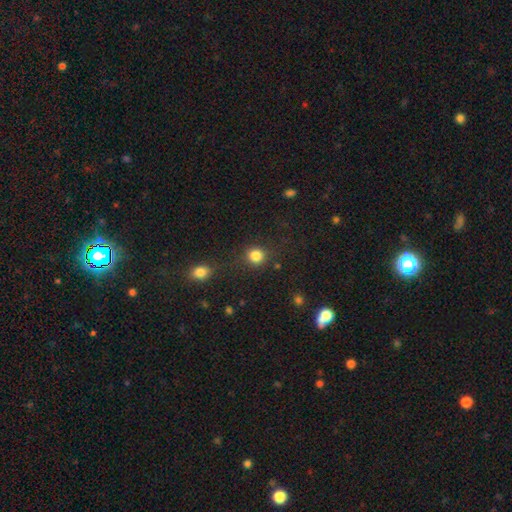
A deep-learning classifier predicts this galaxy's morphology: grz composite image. It shows a smooth galaxy with no disk features (85%) that is round (89%). Merging: none (82%).